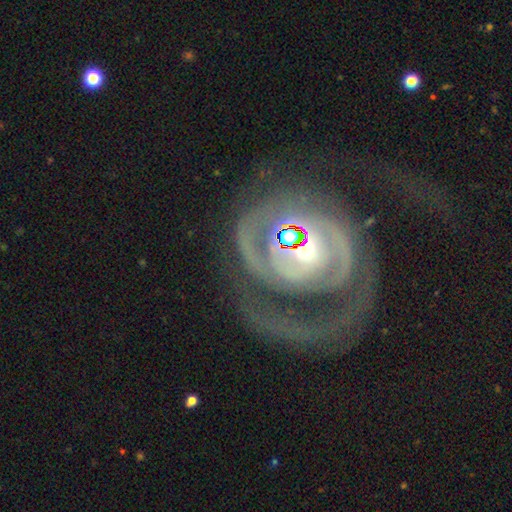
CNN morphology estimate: The model was most divided on "bulge size": moderate: 50%, small: 38%, large: 8%, none: 2%, dominant: 2%. Remaining: edge-on disk — no (97%); spiral arms — yes (88%); smooth or featured — featured or disk (87%); spiral winding — tight (61%); bar — no (50%); spiral arm count — 2 (46%); merging — none (46%).